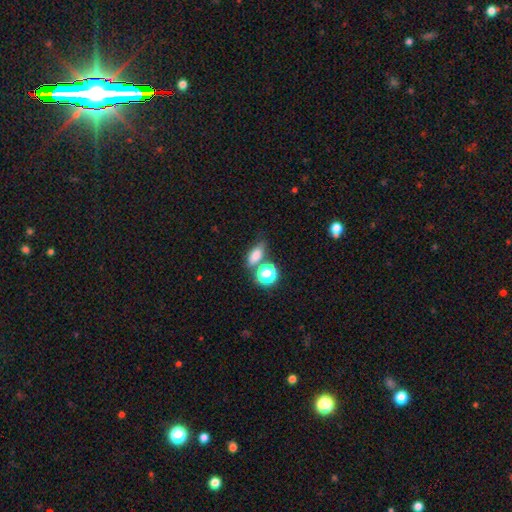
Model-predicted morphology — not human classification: Q: Smooth or featured?
A: smooth (76%); runner-up: star or artifact (14%)
Q: How rounded?
A: in between (70%); runner-up: round (22%)
Q: Merging?
A: none (59%); runner-up: merger (20%)